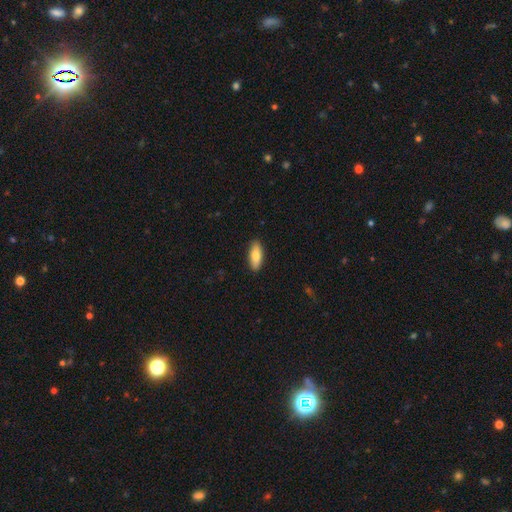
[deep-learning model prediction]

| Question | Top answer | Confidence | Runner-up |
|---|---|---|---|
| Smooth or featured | smooth | 79% | featured or disk (15%) |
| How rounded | in between | 71% | cigar-shaped (27%) |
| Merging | none | 89% | minor disturbance (8%) |